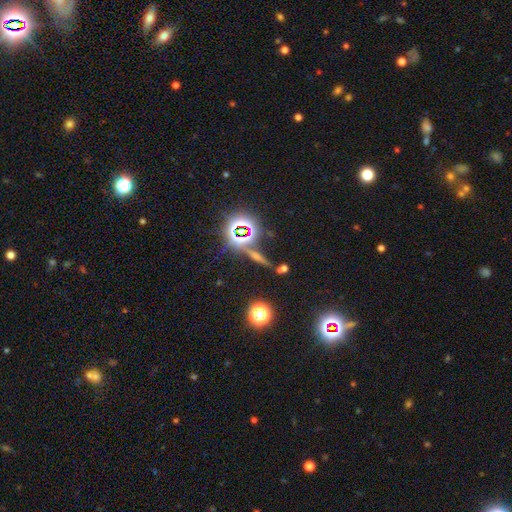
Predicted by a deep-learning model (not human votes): Morphology: type=star or artifact (68%).